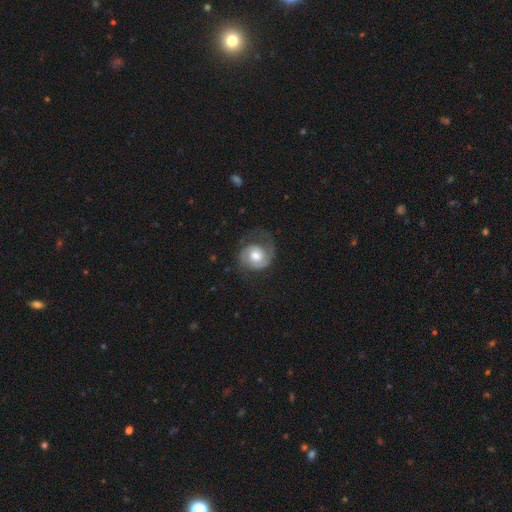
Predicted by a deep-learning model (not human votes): Overall: featured or disk (73%). Edge-on disk: no (98%). Bar: no (68%). Spiral arms: yes (93%). Spiral arm count: 2 (55%; 1 35%). Spiral winding: tight (42%; medium 38%). Bulge size: moderate (63%). Merging: none (57%; major disturbance 22%).